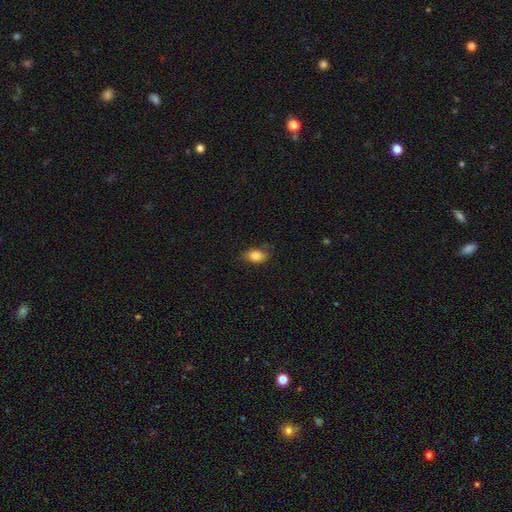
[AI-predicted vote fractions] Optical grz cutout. It shows a smooth galaxy with no disk features (83%) that is in between round and cigar-shaped (84%). Merging: none (76%).